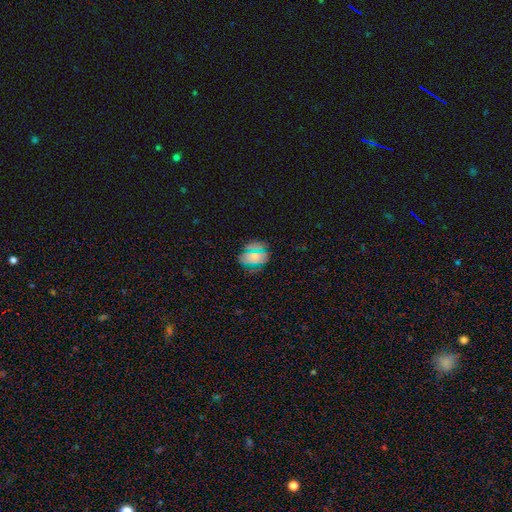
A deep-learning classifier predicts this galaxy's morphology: This appears to be a smooth galaxy with no disk features (66%) that is in between round and cigar-shaped (61%). Merging: none (75%).